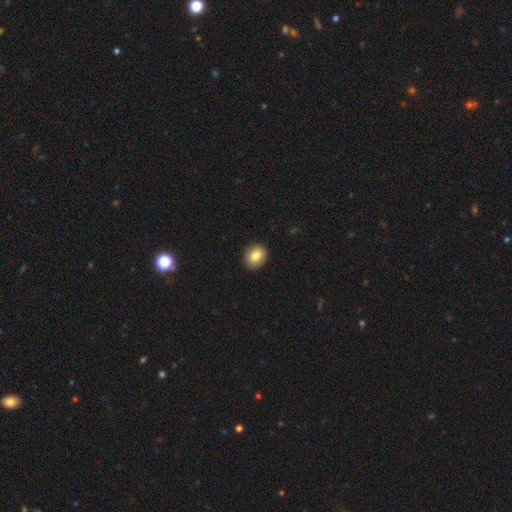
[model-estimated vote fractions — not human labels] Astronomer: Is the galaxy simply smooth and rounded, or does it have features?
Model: smooth — 84%.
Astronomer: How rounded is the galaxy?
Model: round — 60% (runner-up: in between, 39%).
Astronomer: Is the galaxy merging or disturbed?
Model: none — 90%.